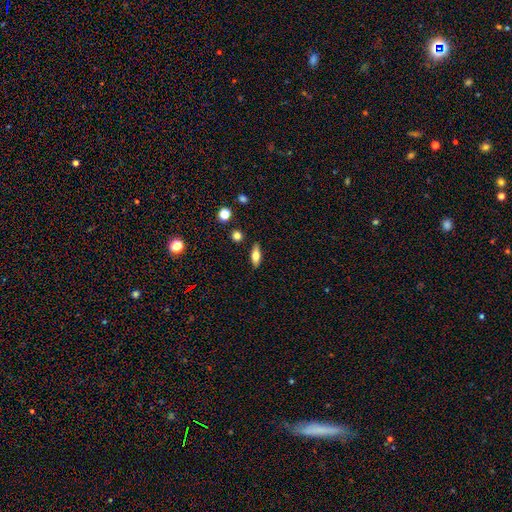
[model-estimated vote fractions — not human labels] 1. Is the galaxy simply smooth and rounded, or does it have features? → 68% smooth, 24% featured or disk, 8% star or artifact.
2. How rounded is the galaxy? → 72% in between, 24% cigar-shaped, 4% round.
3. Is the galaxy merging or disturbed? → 84% none, 11% minor disturbance, 2% major disturbance, 2% merger.